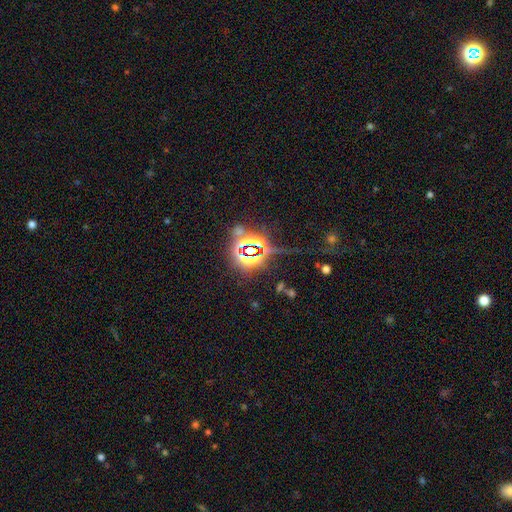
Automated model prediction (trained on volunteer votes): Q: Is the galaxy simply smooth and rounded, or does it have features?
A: star or artifact — 83%.